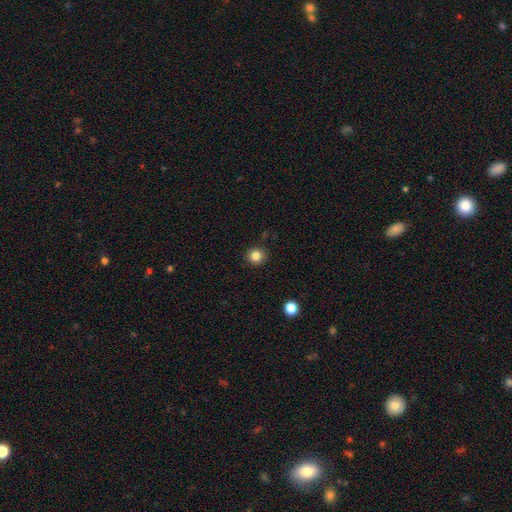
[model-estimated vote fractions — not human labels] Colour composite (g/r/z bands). It shows a smooth galaxy with no disk features (84%) that is round (93%). Merging: none (91%).